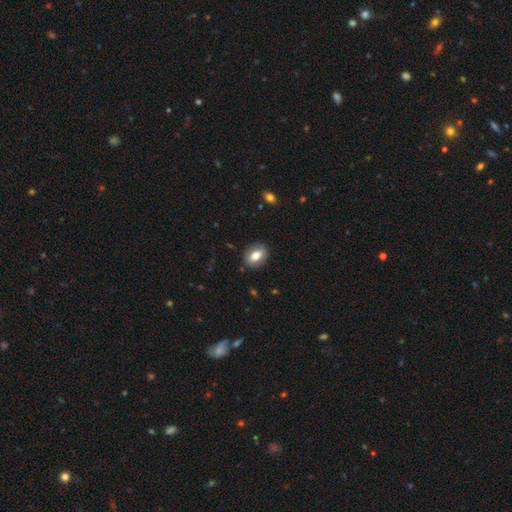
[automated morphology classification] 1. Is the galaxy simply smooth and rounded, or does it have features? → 72% smooth, 21% featured or disk, 7% star or artifact.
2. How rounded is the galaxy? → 74% in between, 24% round, 2% cigar-shaped.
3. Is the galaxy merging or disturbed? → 86% none, 10% minor disturbance, 3% major disturbance, 1% merger.